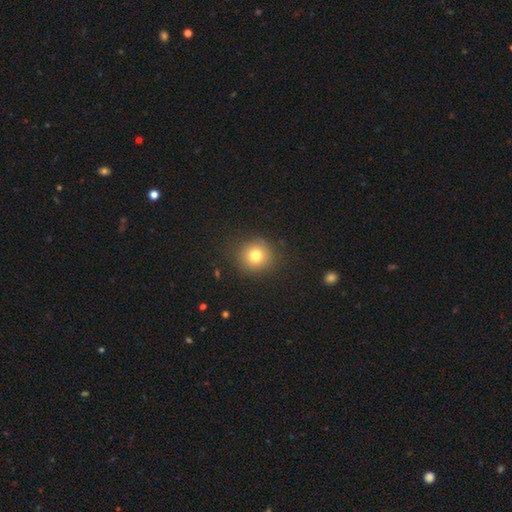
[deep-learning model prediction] Morphology: type=smooth (78%); roundness=round (92%); merging=none (88%).